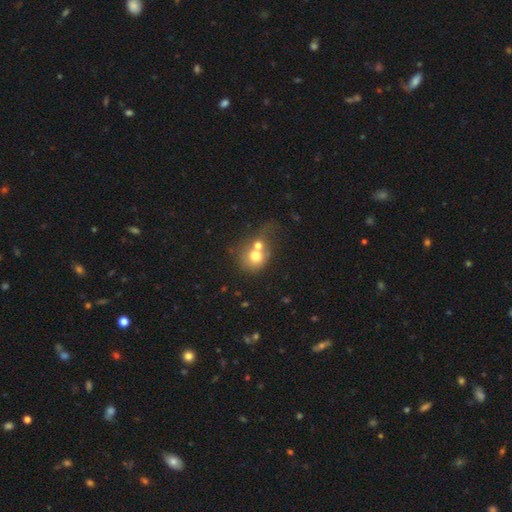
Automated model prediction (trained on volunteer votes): Smooth or featured?
  - smooth: 66% *
  - featured or disk: 23%
  - star or artifact: 11%
How rounded?
  - round: 71% *
  - in between: 28%
  - cigar-shaped: 1%
Merging?
  - merger: 66% *
  - none: 21%
  - minor disturbance: 7%
  - major disturbance: 7%